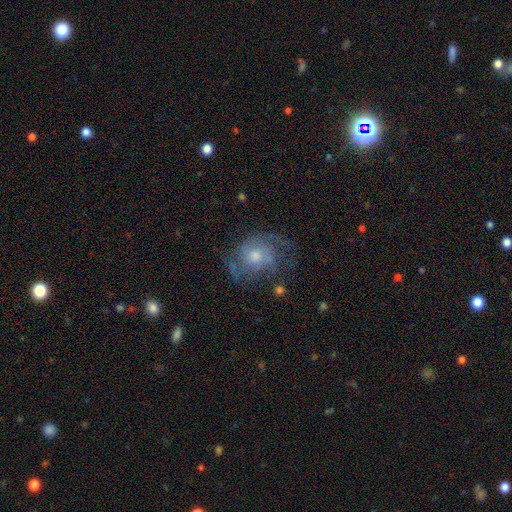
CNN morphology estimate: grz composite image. It shows a featured or disk galaxy (68%) with no bar (76%), 2 (36%) medium (45%) spiral arms (85%) and a moderate central bulge (51%). Merging: none (58%).